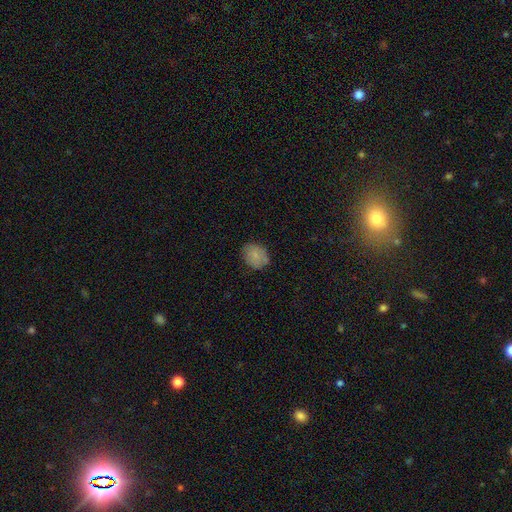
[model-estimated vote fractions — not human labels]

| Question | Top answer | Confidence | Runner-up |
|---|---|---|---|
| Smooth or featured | smooth | 80% | featured or disk (11%) |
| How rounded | round | 56% | in between (43%) |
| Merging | none | 75% | minor disturbance (19%) |